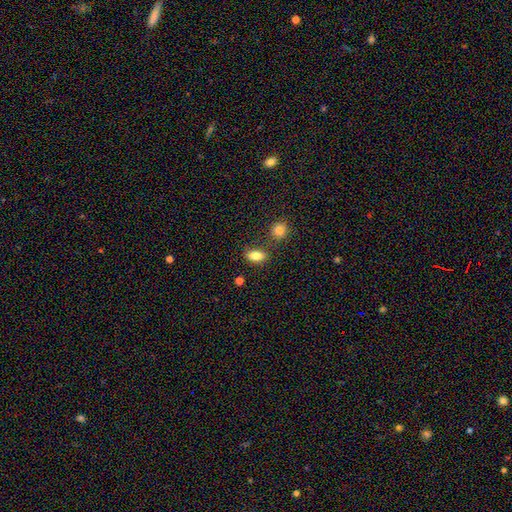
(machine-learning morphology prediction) smooth 83%, star or artifact 9%, featured or disk 8%. Down the decision tree: how rounded — in between (85%); merging — none (77%).